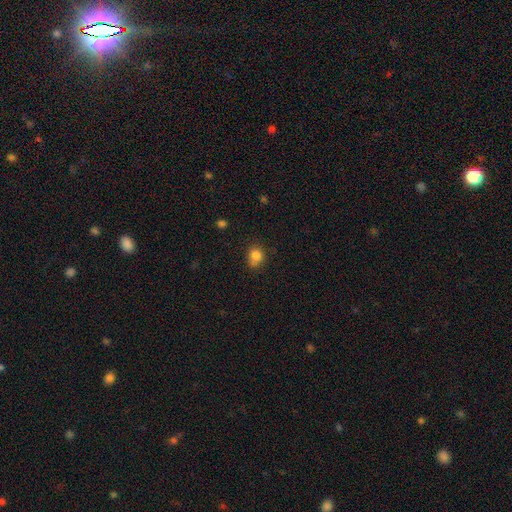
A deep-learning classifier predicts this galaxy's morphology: smooth_or_featured: smooth (p=0.82) [alt: star or artifact p=0.11]
how_rounded: round (p=0.72) [alt: in between p=0.27]
merging: none (p=0.59) [alt: minor disturbance p=0.23]